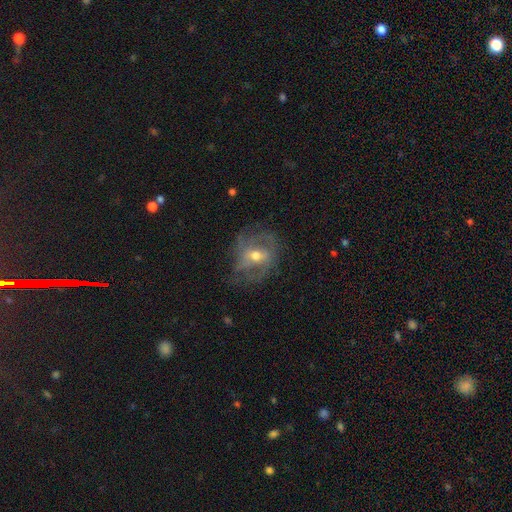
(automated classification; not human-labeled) The model was most divided on "bar": no: 42%, weak: 39%, strong: 19%. More confident: edge-on disk — no (94%); smooth or featured — featured or disk (70%); bulge size — moderate (66%); spiral arms — yes (63%); merging — none (57%).